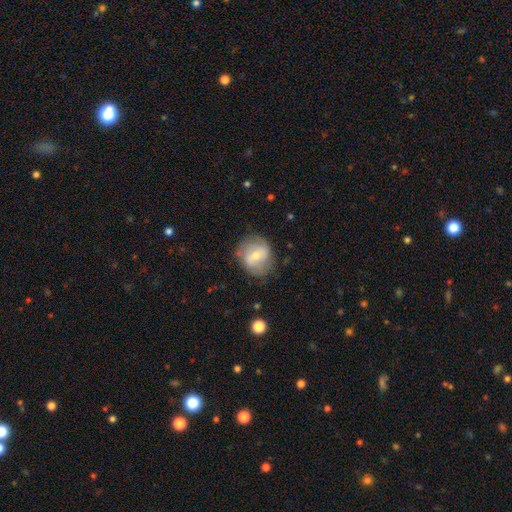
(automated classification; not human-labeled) Morphology: type=smooth (50%); roundness=round (73%); merging=none (68%).